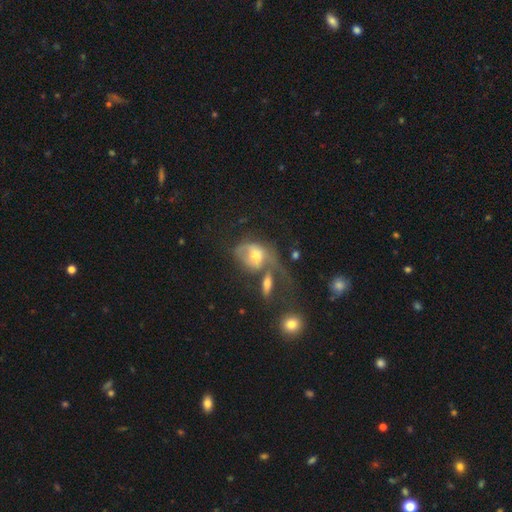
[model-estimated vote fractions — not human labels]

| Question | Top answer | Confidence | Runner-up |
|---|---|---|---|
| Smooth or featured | smooth | 48% | featured or disk (43%) |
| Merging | merger | 37% | major disturbance (30%) |